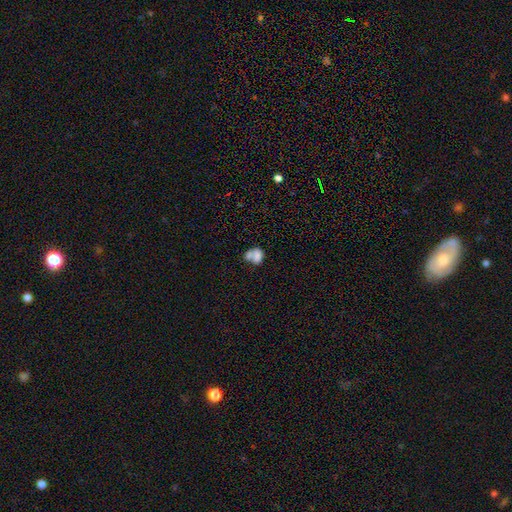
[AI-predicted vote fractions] Smooth or featured: smooth — 72% (featured or disk — 18%)
How rounded: in between — 60% (round — 39%)
Merging: merger — 59% (none — 22%)